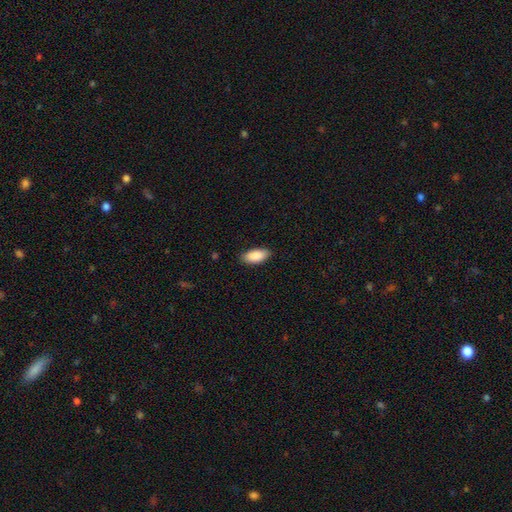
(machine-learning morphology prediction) smooth_or_featured: smooth (p=0.90) [alt: star or artifact p=0.06]
how_rounded: in between (p=0.91) [alt: cigar-shaped p=0.07]
merging: none (p=0.86) [alt: minor disturbance p=0.10]